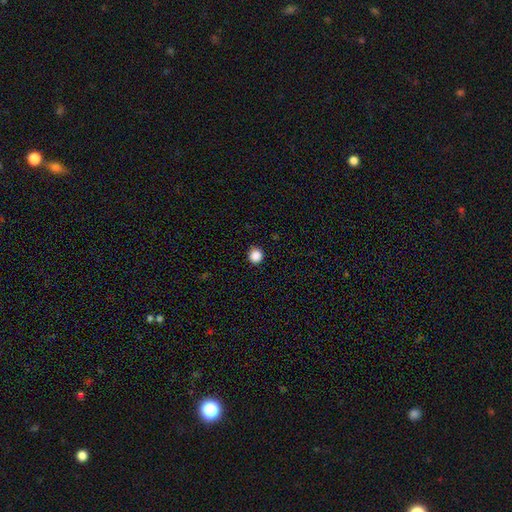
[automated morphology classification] Smooth or featured? smooth (87%)
How rounded? round (93%)
Merging? none (93%)